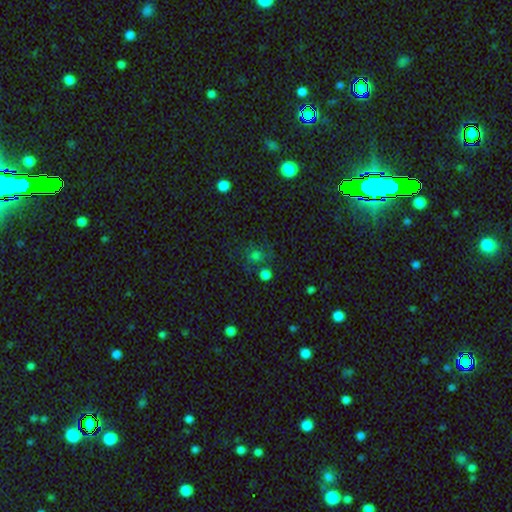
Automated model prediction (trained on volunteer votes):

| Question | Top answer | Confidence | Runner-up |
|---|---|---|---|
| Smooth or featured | smooth | 59% | star or artifact (30%) |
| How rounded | round | 82% | in between (17%) |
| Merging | none | 67% | minor disturbance (15%) |